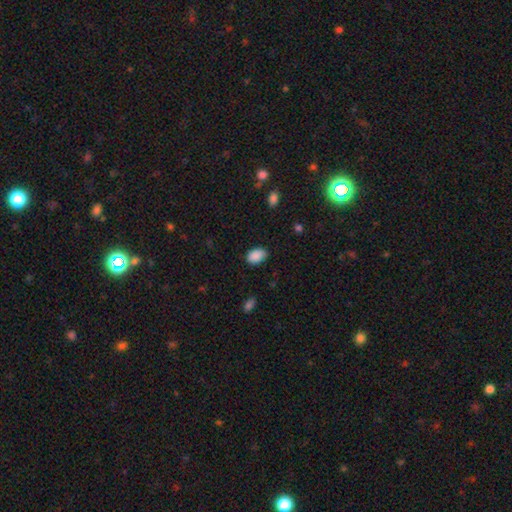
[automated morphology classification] Smooth or featured?
  - smooth: 89% *
  - star or artifact: 7%
  - featured or disk: 3%
How rounded?
  - in between: 86% *
  - round: 13%
  - cigar-shaped: 1%
Merging?
  - none: 80% *
  - minor disturbance: 16%
  - major disturbance: 3%
  - merger: 1%